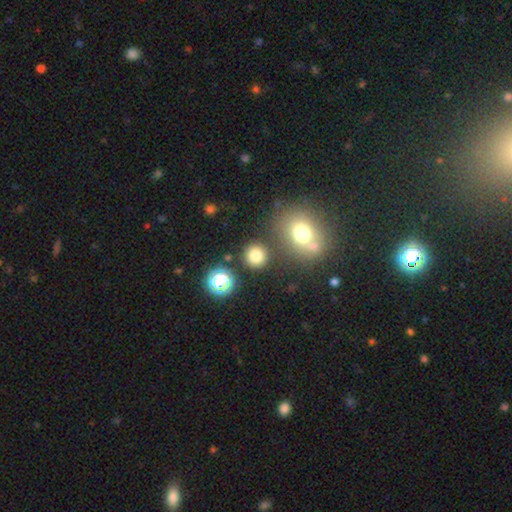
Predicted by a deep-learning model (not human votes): The model was most divided on "smooth or featured": smooth: 75%, star or artifact: 19%, featured or disk: 7%. More confident: how rounded — round (91%); merging — none (82%).